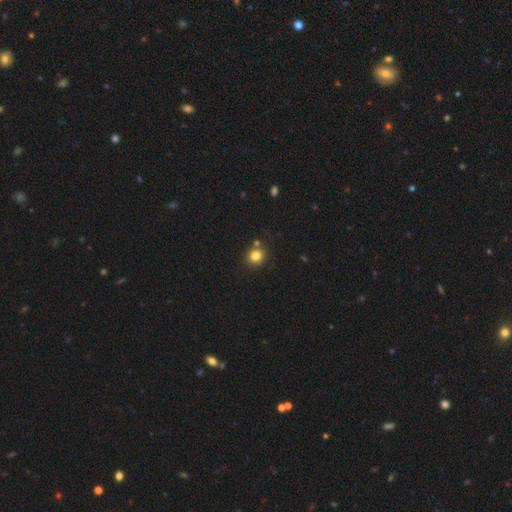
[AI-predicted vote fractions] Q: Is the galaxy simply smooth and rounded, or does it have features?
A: smooth — 81%.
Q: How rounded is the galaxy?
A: round — 89%.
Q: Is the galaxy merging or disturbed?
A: none — 78%.